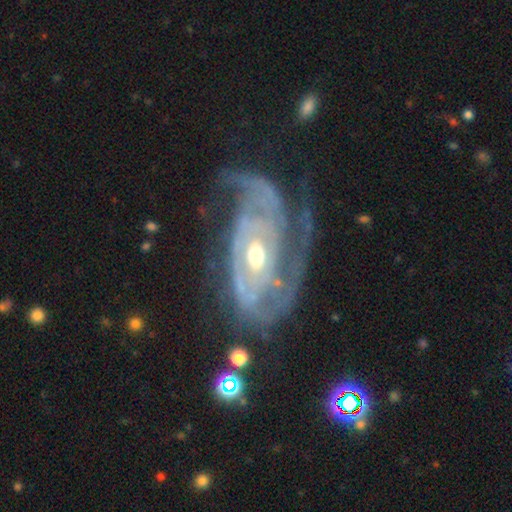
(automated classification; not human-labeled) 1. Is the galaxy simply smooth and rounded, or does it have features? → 91% featured or disk, 5% star or artifact, 4% smooth.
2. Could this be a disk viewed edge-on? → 96% no, 4% yes.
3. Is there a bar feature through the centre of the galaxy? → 57% no, 29% weak, 15% strong.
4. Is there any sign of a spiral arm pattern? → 97% yes, 3% no.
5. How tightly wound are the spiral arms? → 63% tight, 30% medium, 8% loose.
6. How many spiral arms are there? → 33% 2, 25% 3, 21% can't tell, 8% 4, 7% 1, 6% more than 4.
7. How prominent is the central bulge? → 63% moderate, 31% small, 4% large, 1% none, 1% dominant.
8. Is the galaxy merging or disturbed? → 57% none, 22% minor disturbance, 18% major disturbance, 3% merger.